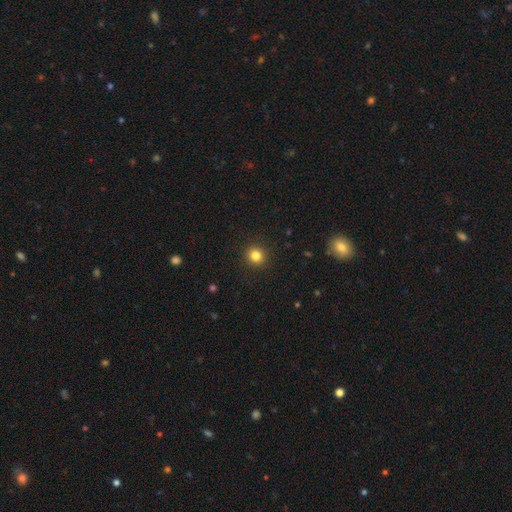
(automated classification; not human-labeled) Smooth or featured?
  - smooth: 83% *
  - star or artifact: 12%
  - featured or disk: 5%
How rounded?
  - round: 91% *
  - in between: 8%
  - cigar-shaped: 1%
Merging?
  - none: 92% *
  - minor disturbance: 5%
  - major disturbance: 2%
  - merger: 1%